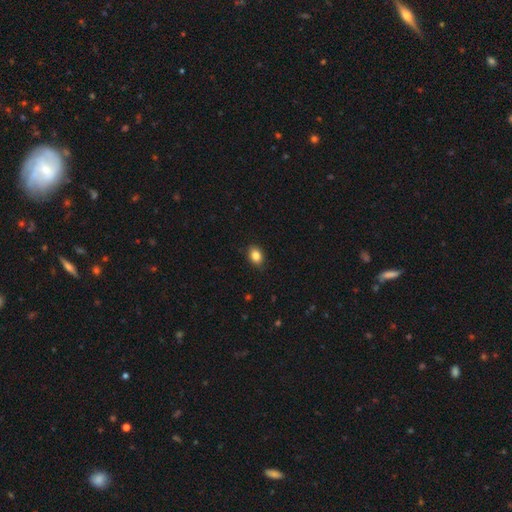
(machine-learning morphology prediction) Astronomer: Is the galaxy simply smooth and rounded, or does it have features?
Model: smooth — 85%.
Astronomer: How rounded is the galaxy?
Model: in between — 70%.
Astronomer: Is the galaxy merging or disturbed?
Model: none — 87%.